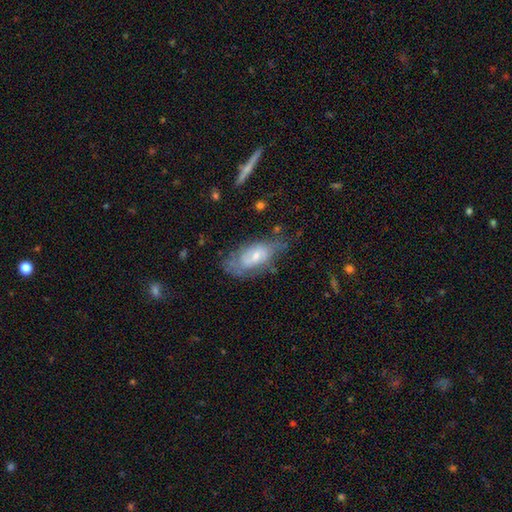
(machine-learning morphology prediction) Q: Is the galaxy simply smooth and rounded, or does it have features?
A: featured or disk — 58%.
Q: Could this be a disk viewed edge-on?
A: no — 88%.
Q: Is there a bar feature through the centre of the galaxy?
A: no — 68%.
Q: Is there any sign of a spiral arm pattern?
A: yes — 67%.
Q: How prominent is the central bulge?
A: small — 50%.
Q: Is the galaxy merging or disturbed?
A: none — 53%.